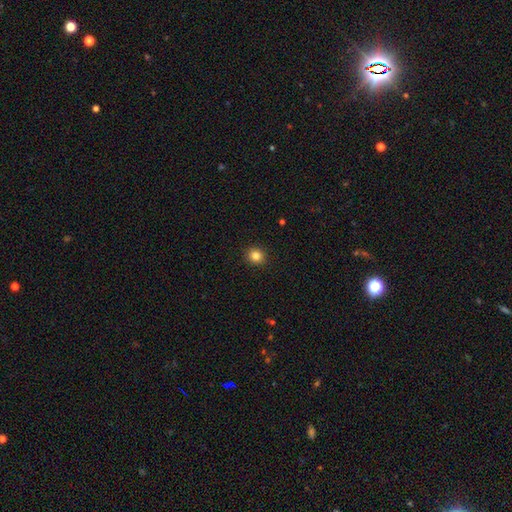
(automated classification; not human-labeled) Morphology: type=smooth (84%); roundness=round (90%); merging=none (93%).